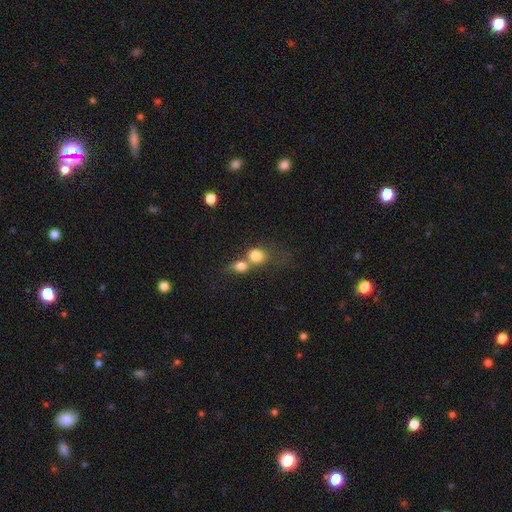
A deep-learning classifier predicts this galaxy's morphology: A smooth galaxy with no disk features (78%) that is round (69%).

Vote fractions:
- Smooth or featured? smooth: 78% / featured or disk: 12% / star or artifact: 10%
- How rounded? round: 69% / in between: 29% / cigar-shaped: 2%
- Merging? merger: 67% / none: 23% / minor disturbance: 6% / major disturbance: 5%